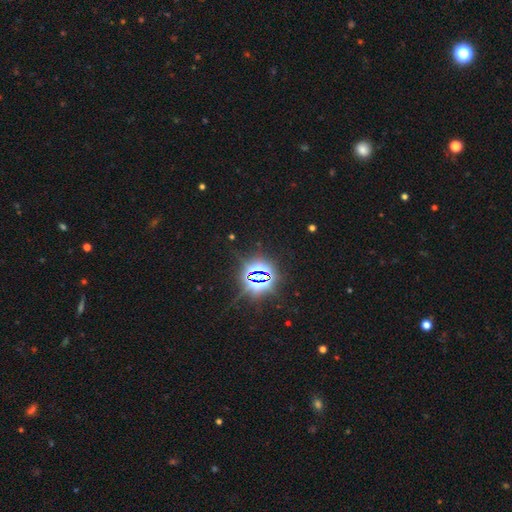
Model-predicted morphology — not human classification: Q: Smooth or featured?
A: star or artifact (84%); runner-up: smooth (10%)